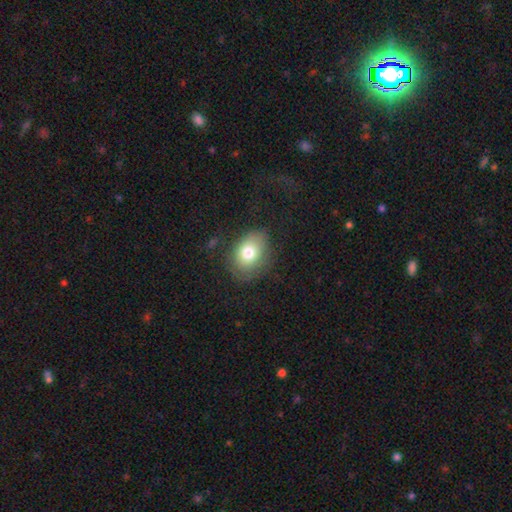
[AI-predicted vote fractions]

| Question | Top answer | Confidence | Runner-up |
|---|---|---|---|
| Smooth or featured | smooth | 71% | featured or disk (17%) |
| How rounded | in between | 64% | round (35%) |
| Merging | none | 68% | minor disturbance (17%) |